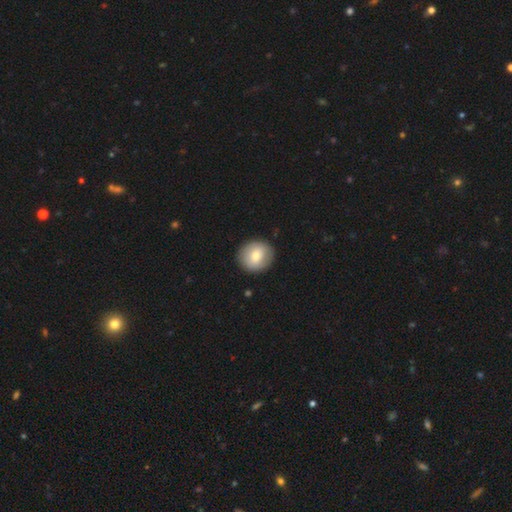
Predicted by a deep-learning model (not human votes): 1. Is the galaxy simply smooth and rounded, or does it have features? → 75% smooth, 19% featured or disk, 7% star or artifact.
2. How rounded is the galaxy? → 83% round, 16% in between, 1% cigar-shaped.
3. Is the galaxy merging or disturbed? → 89% none, 8% minor disturbance, 2% major disturbance, 1% merger.